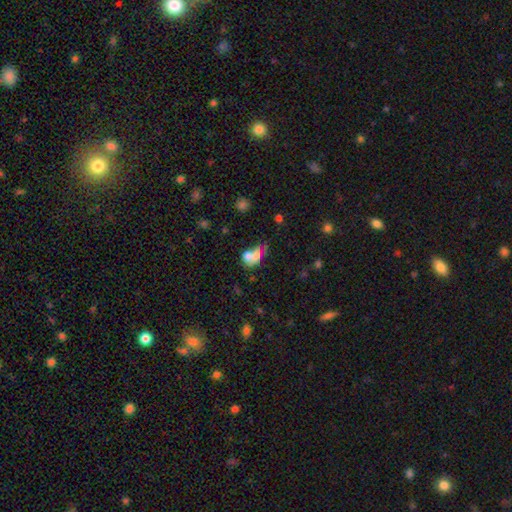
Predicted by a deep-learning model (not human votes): smooth-or-featured: smooth: 64% | featured or disk: 24% | star or artifact: 12%
  how-rounded: in between: 63% | round: 34% | cigar-shaped: 2%
  merging: merger: 58% | none: 20% | minor disturbance: 11% | major disturbance: 11%